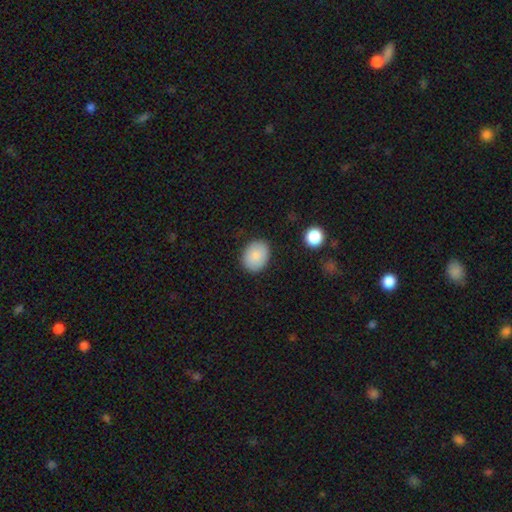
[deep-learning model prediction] smooth-or-featured: smooth: 86% | star or artifact: 7% | featured or disk: 6%
  how-rounded: in between: 50% | round: 49% | cigar-shaped: 1%
  merging: none: 87% | minor disturbance: 10% | major disturbance: 2% | merger: 1%